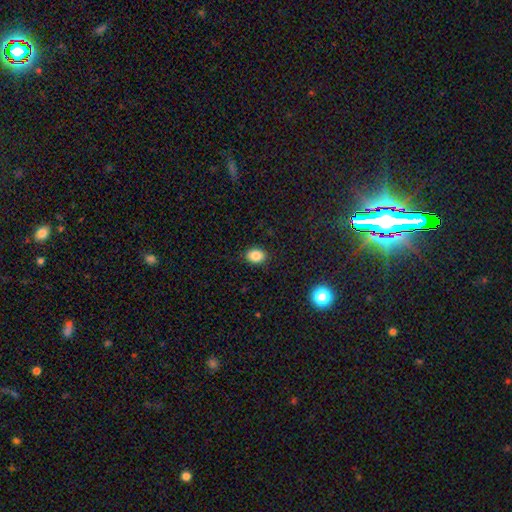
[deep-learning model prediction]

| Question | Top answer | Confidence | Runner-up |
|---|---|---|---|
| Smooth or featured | smooth | 85% | star or artifact (10%) |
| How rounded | in between | 65% | round (34%) |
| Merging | none | 88% | minor disturbance (9%) |